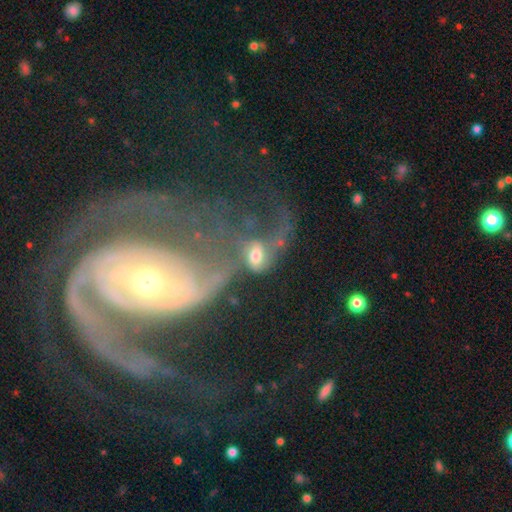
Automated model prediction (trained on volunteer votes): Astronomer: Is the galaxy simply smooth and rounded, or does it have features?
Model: featured or disk — 49% (runner-up: smooth, 33%).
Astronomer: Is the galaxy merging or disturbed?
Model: major disturbance — 34% (runner-up: merger, 26%).